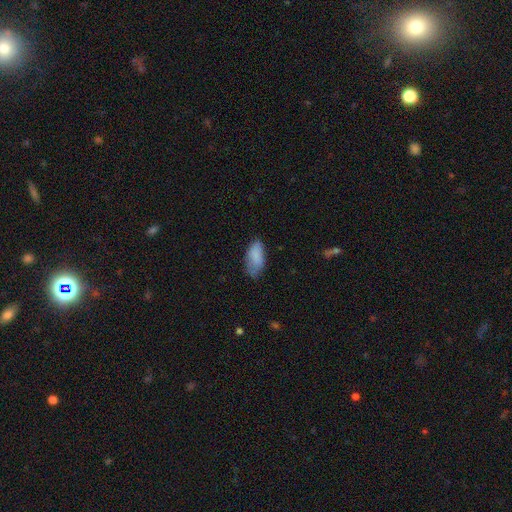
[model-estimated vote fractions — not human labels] smooth_or_featured: smooth (p=0.83) [alt: featured or disk p=0.09]
how_rounded: in between (p=0.92) [alt: cigar-shaped p=0.06]
merging: none (p=0.58) [alt: minor disturbance p=0.31]